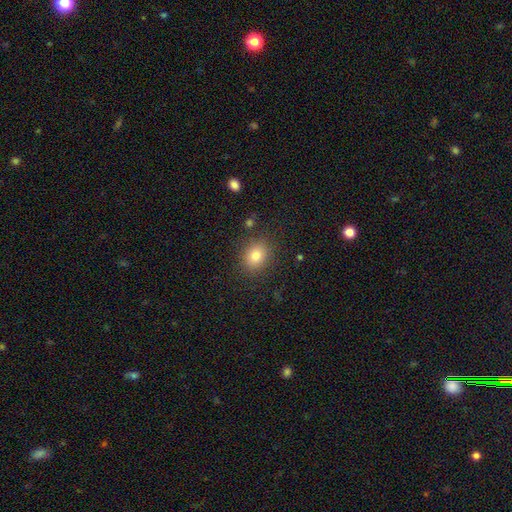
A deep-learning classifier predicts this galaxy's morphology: type=smooth (81%); roundness=round (63%); merging=none (86%).